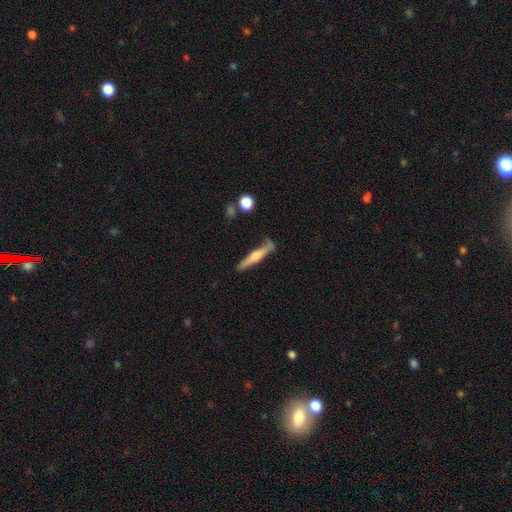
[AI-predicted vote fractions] The model was most divided on "smooth or featured": featured or disk: 61%, smooth: 33%, star or artifact: 6%. More confident: edge-on disk — yes (93%); edge-on bulge — rounded (77%); merging — none (73%).